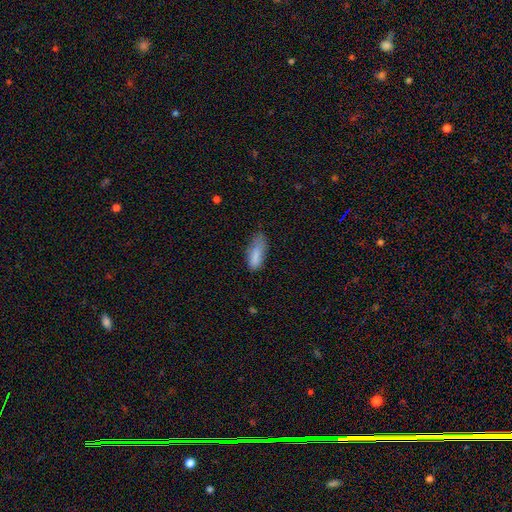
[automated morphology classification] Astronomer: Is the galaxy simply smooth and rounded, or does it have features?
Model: smooth — 82%.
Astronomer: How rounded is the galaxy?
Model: in between — 72%.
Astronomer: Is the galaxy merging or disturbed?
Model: minor disturbance — 41% (runner-up: none, 40%).